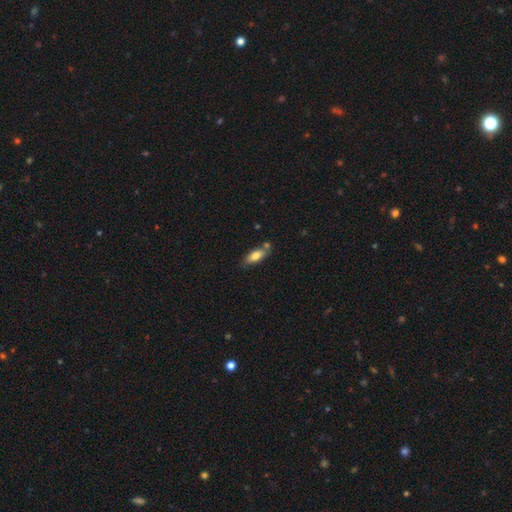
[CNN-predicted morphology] The model was most divided on "how rounded": in between: 73%, cigar-shaped: 24%, round: 3%. More confident: smooth or featured — smooth (74%); merging — none (67%).